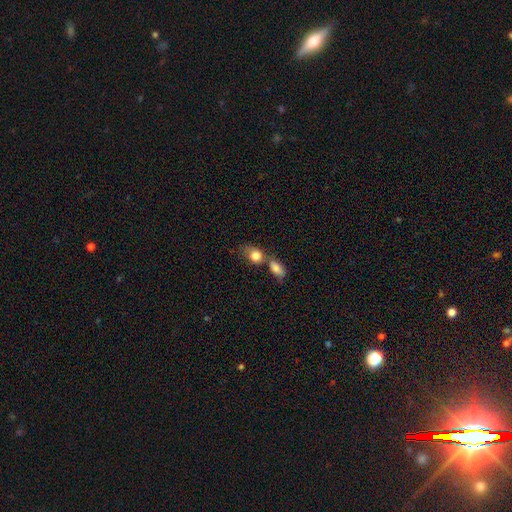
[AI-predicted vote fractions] Smooth or featured? Predicted: smooth (p=0.83). How rounded? Predicted: in between (p=0.58). Merging? Predicted: merger (p=0.55).